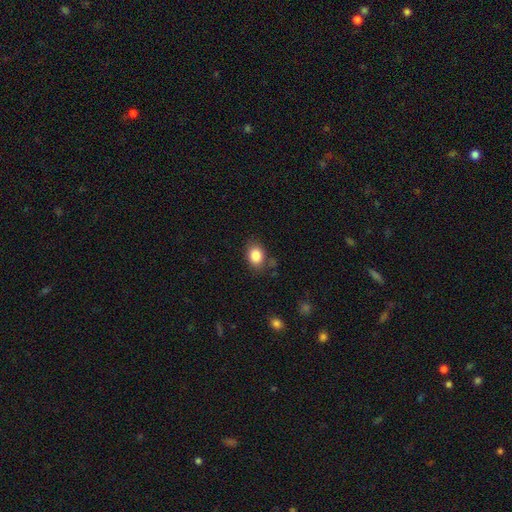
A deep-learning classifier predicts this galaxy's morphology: Smooth or featured: smooth — 85% (star or artifact — 9%)
How rounded: in between — 68% (round — 31%)
Merging: none — 77% (minor disturbance — 16%)